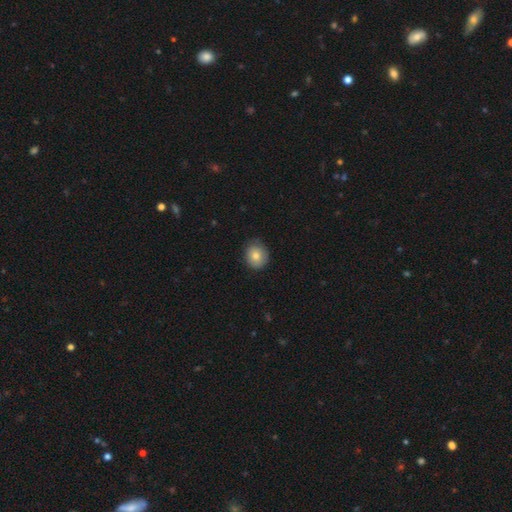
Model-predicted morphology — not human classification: smooth 79%, featured or disk 12%, star or artifact 9%. Down the decision tree: how rounded — round (80%); merging — none (83%).